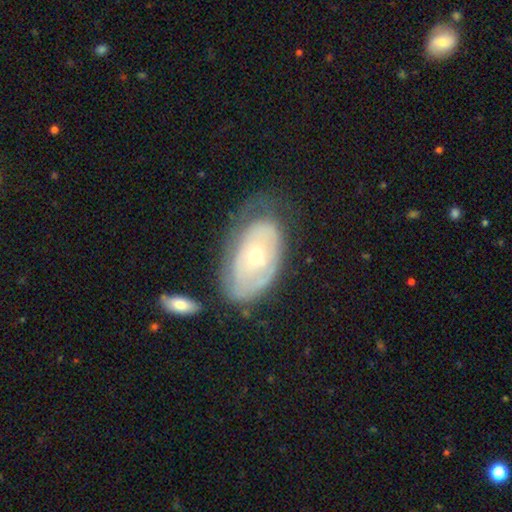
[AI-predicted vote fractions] This is likely a featured or disk galaxy (62%). It is clearly not viewed edge-on (92%). Bar: clearly no (86%). Spiral arm pattern: possibly no (51%). Central bulge: possibly moderate (50%). Merging: possibly none (48%).